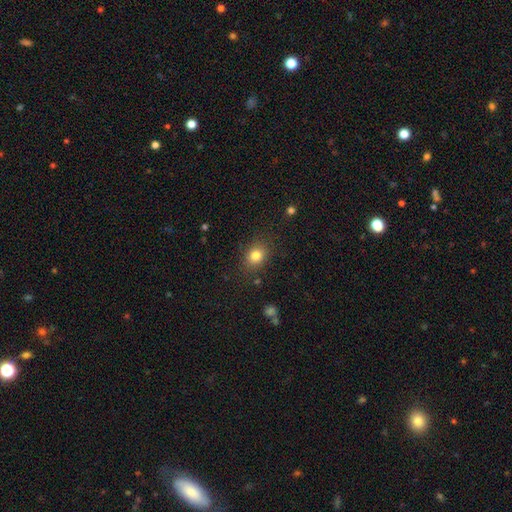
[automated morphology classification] type=smooth (81%); roundness=round (56%); merging=none (83%).